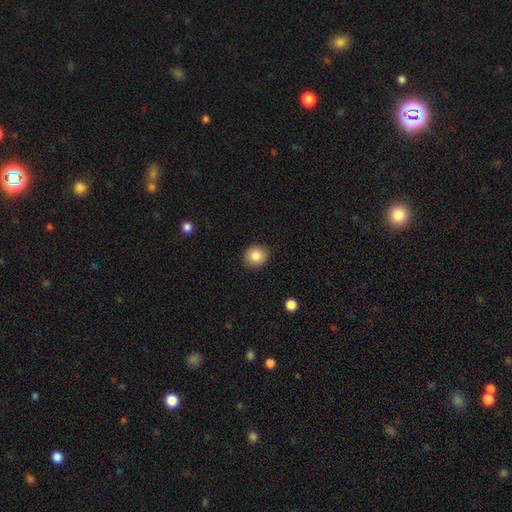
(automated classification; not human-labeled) Smooth or featured? smooth (84%)
How rounded? round (77%)
Merging? none (90%)